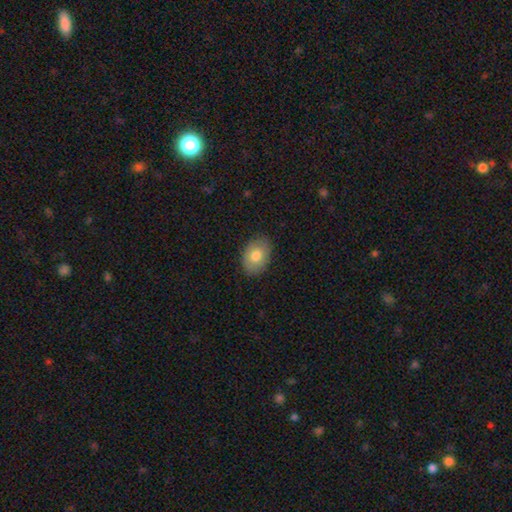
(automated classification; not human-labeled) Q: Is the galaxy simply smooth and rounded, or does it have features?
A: smooth — 77%.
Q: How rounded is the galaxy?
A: in between — 81%.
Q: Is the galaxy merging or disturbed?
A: none — 85%.